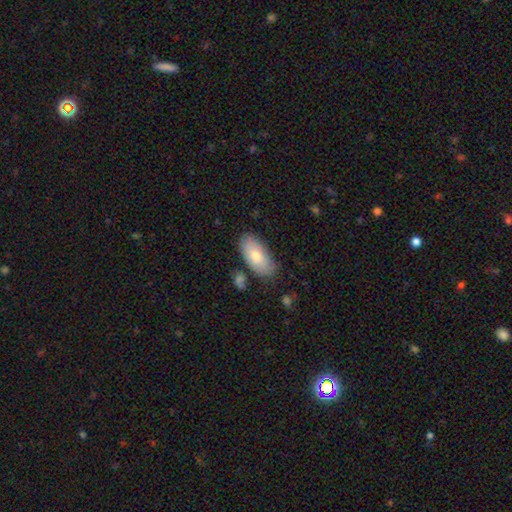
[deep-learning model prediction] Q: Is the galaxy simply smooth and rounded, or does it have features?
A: smooth — 75%.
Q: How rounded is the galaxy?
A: in between — 92%.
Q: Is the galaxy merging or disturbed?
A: none — 77%.